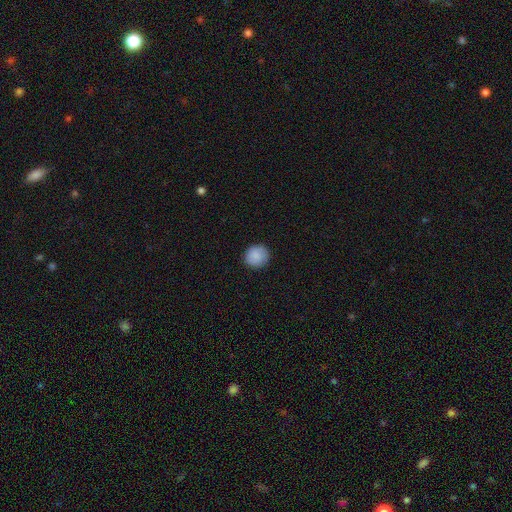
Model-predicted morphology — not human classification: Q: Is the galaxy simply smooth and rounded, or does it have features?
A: smooth — 89%.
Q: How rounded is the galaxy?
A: round — 91%.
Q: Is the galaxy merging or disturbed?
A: none — 90%.